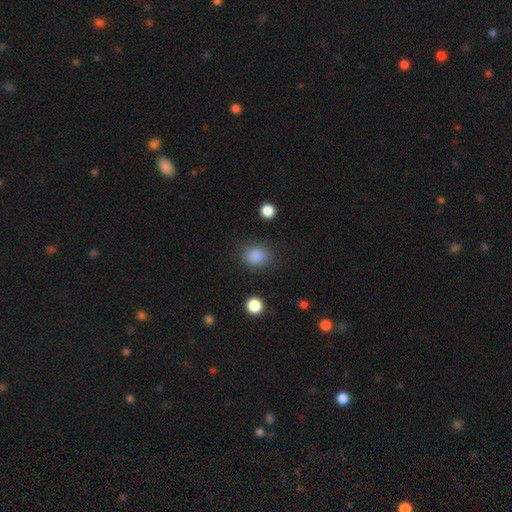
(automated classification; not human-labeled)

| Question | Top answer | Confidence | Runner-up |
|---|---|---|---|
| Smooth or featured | smooth | 86% | star or artifact (10%) |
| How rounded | round | 66% | in between (33%) |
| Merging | none | 84% | minor disturbance (11%) |